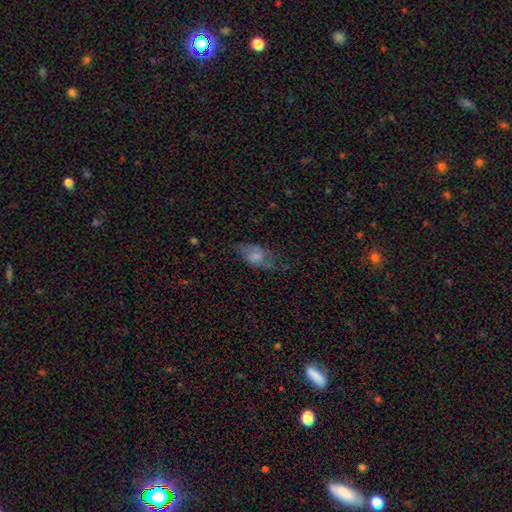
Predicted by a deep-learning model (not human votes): smooth-or-featured: smooth: 55% | featured or disk: 35% | star or artifact: 10%
  how-rounded: in between: 88% | round: 7% | cigar-shaped: 5%
  merging: none: 46% | minor disturbance: 28% | major disturbance: 23% | merger: 2%